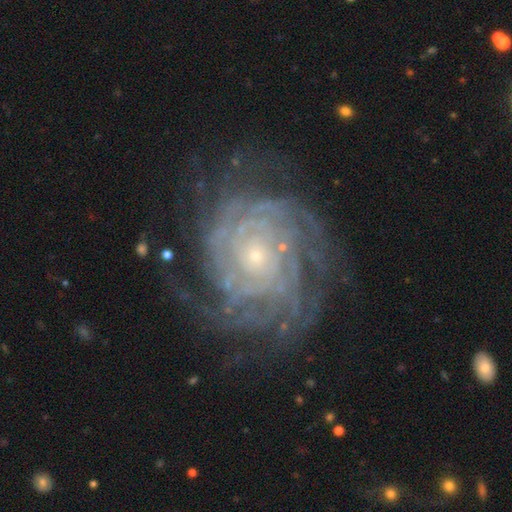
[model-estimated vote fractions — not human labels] Overall: featured or disk (88%). Edge-on disk: no (97%). Bar: no (80%). Spiral arms: yes (97%). Spiral arm count: more than 4 (30%; can't tell 27%). Spiral winding: tight (82%). Bulge size: small (82%). Merging: none (74%).